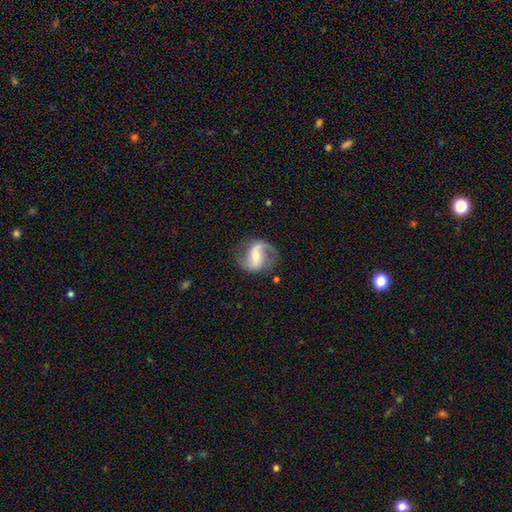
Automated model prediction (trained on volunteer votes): smooth-or-featured: featured or disk: 82% | smooth: 12% | star or artifact: 6%
  disk-edge-on: no: 97% | yes: 3%
    bar: weak: 41% | strong: 38% | no: 21%
    has-spiral-arms: yes: 94% | no: 6%
      spiral-winding: loose: 48% | medium: 40% | tight: 12%
      spiral-arm-count: 2: 83% | 1: 10% | can't tell: 3% | 3: 1% | 4: 1% | more than 4: 1%
    bulge-size: moderate: 48% | small: 43% | large: 5% | none: 3% | dominant: 1%
  merging: none: 69% | minor disturbance: 18% | major disturbance: 11% | merger: 2%